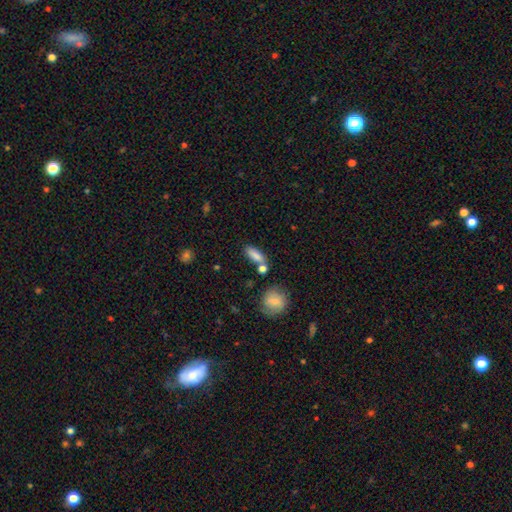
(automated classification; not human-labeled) This appears to be a smooth galaxy with no disk features (82%) that is in between round and cigar-shaped (64%). Merging: none (61%).